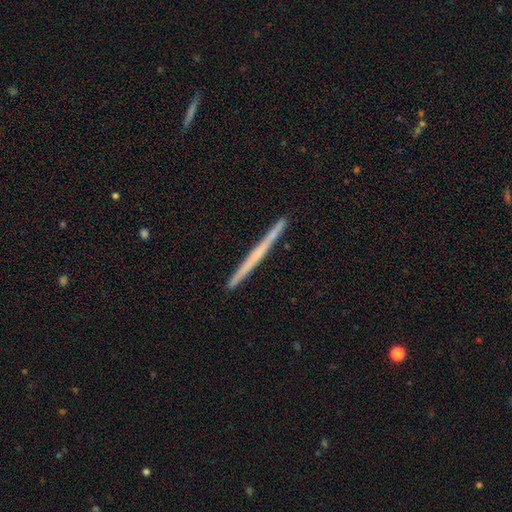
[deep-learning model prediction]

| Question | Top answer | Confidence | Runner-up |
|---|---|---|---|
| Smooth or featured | featured or disk | 54% | smooth (41%) |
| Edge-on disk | yes | 98% | no (2%) |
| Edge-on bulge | none | 88% | rounded (9%) |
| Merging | none | 92% | minor disturbance (6%) |